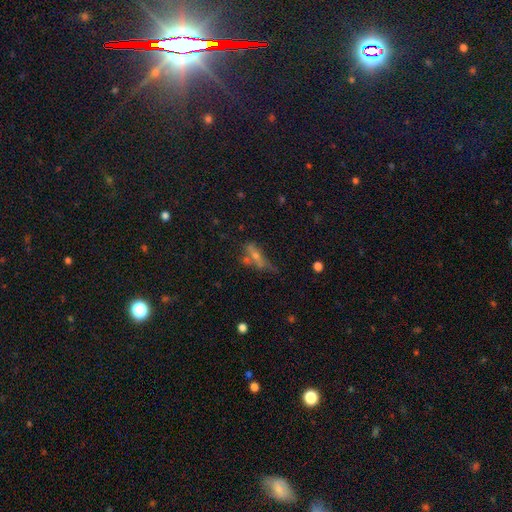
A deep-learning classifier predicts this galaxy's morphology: Smooth or featured? Predicted: featured or disk (p=0.42). Merging? Predicted: none (p=0.41).